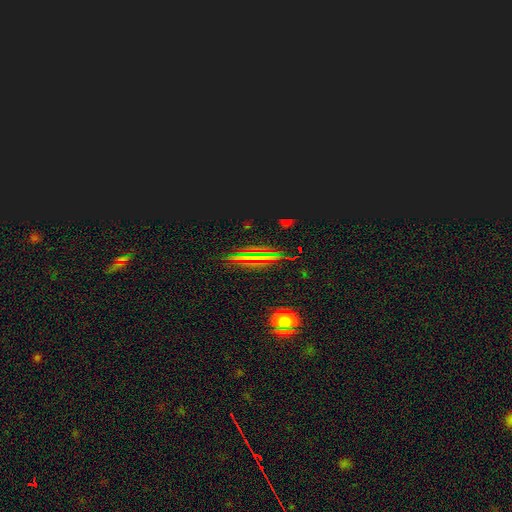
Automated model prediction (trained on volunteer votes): smooth_or_featured: star or artifact (p=0.63) [alt: smooth p=0.22]